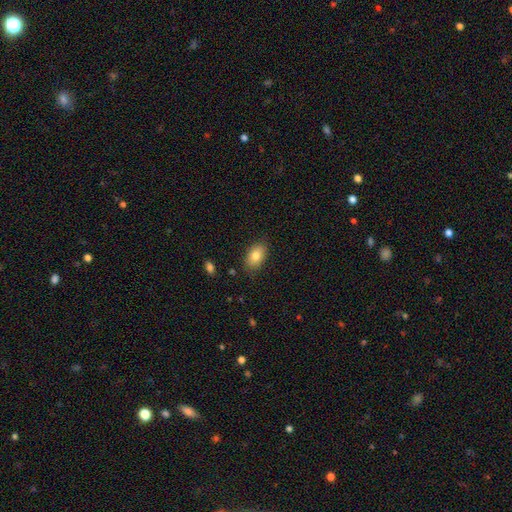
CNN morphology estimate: Smooth or featured?
  - smooth: 82% *
  - featured or disk: 11%
  - star or artifact: 8%
How rounded?
  - in between: 90% *
  - round: 8%
  - cigar-shaped: 2%
Merging?
  - none: 84% *
  - minor disturbance: 13%
  - major disturbance: 3%
  - merger: 1%